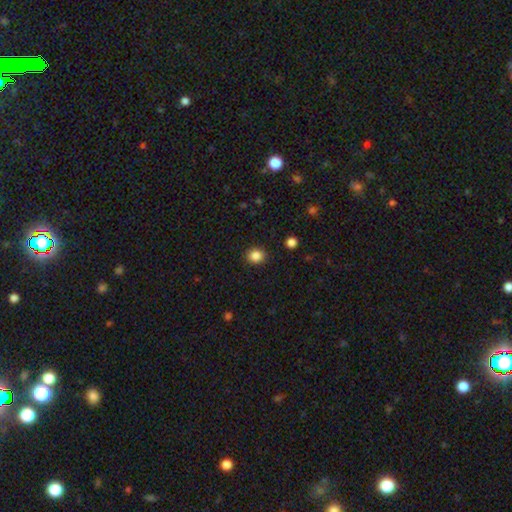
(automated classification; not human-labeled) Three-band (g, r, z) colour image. It shows a smooth galaxy with no disk features (86%) that is round (74%). Merging: none (89%).